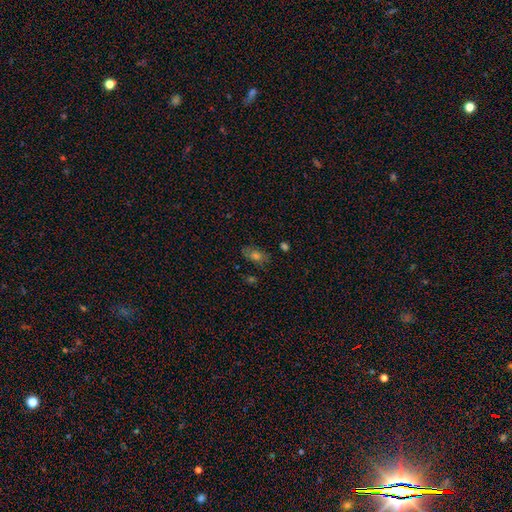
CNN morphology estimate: Overall: smooth (57%; featured or disk 22%). How rounded: in between (78%). Merging: none (76%).